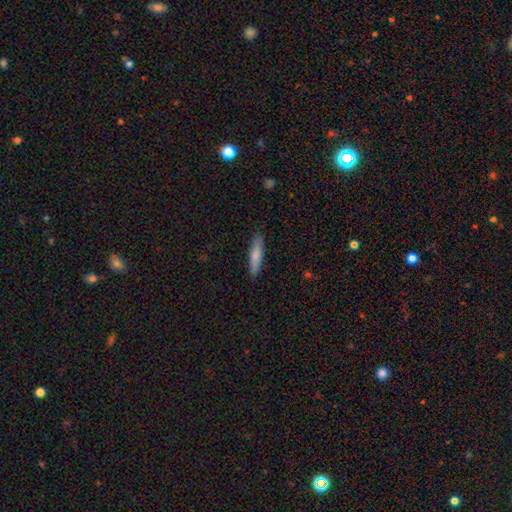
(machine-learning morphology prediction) type=smooth (77%); roundness=cigar-shaped (80%); merging=none (88%).